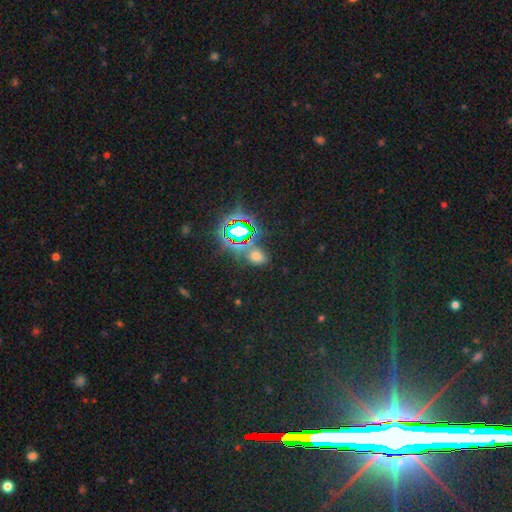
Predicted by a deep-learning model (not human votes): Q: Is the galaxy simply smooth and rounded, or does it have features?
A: star or artifact — 47%.